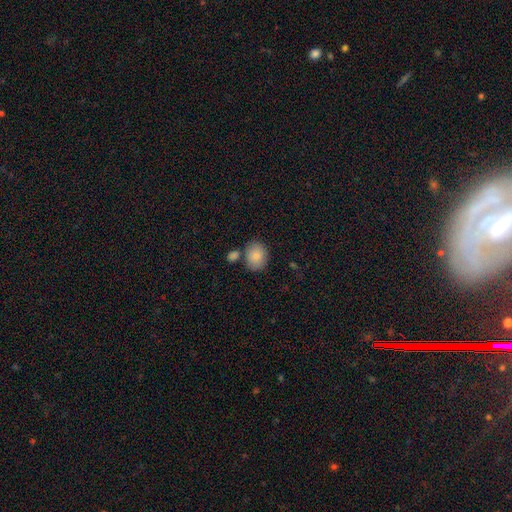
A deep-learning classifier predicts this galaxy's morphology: Smooth or featured? smooth (86%)
How rounded? in between (55%)
Merging? none (70%)